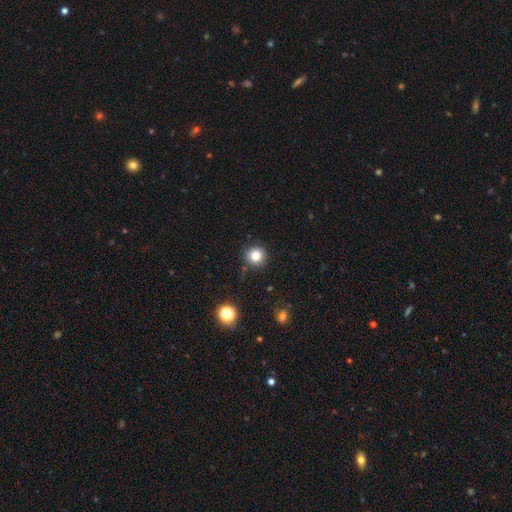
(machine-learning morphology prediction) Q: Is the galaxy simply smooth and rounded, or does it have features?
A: smooth — 82%.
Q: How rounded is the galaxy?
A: round — 92%.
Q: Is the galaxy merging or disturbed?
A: none — 88%.